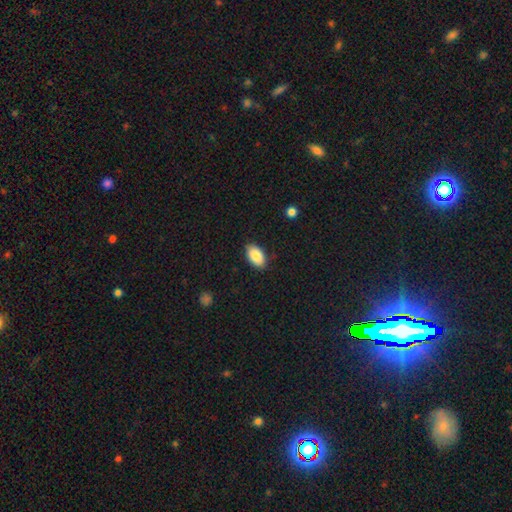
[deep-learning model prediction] smooth 87%, star or artifact 7%, featured or disk 6%. Down the decision tree: how rounded — in between (93%); merging — none (86%).